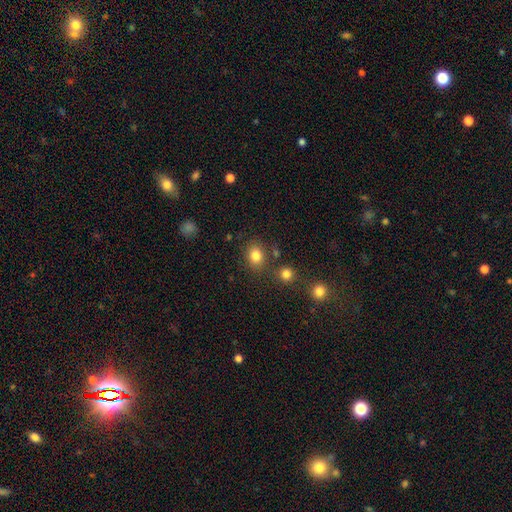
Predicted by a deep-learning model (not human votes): Q: Smooth or featured?
A: smooth (82%); runner-up: star or artifact (12%)
Q: How rounded?
A: round (59%); runner-up: in between (40%)
Q: Merging?
A: none (77%); runner-up: minor disturbance (11%)